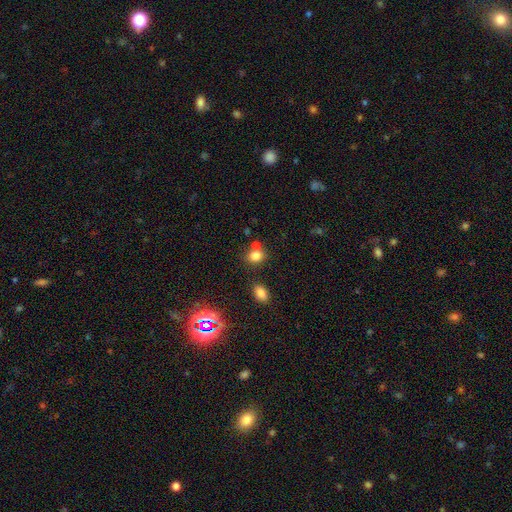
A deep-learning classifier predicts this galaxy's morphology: The model was most divided on "how rounded": round: 59%, in between: 40%, cigar-shaped: 1%. More confident: smooth or featured — smooth (78%); merging — none (58%).